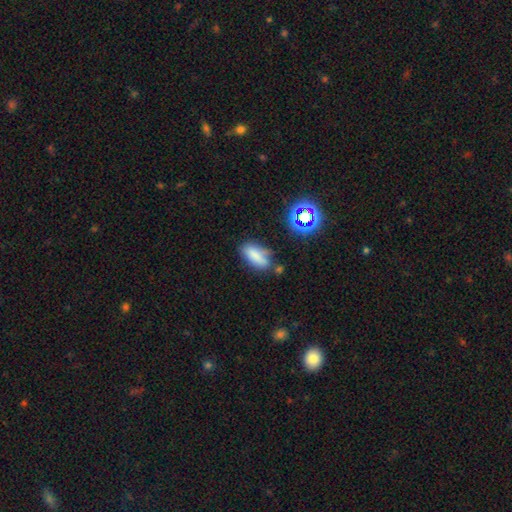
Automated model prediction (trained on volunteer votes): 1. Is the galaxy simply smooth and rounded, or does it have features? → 76% smooth, 13% star or artifact, 11% featured or disk.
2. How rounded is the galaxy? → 81% in between, 15% cigar-shaped, 4% round.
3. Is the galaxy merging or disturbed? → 57% none, 25% minor disturbance, 10% merger, 8% major disturbance.